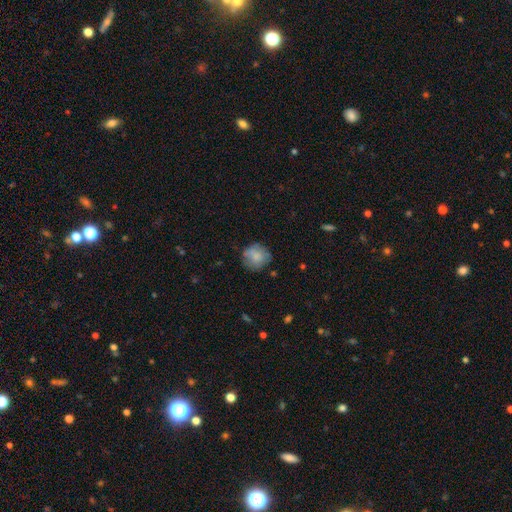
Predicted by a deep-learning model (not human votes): Morphology: type=smooth (77%); roundness=round (86%); merging=none (73%).